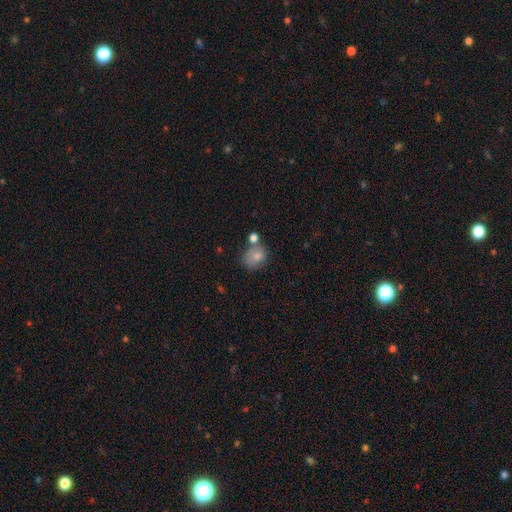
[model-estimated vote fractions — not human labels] This appears to be a smooth galaxy with no disk features (79%) that is round (57%). Merging: none (45%).